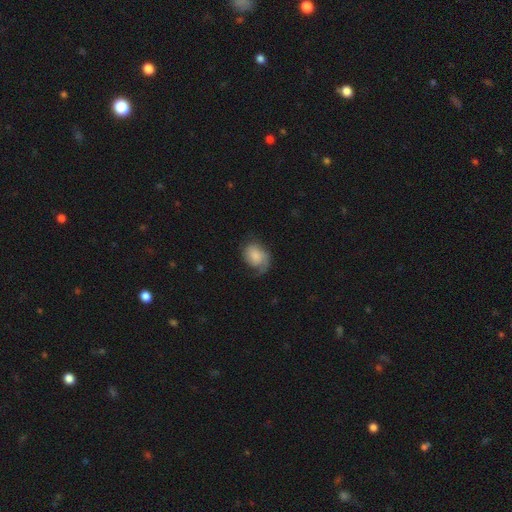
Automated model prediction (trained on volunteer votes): Morphology: type=smooth (55%); roundness=in between (66%); merging=none (44%).